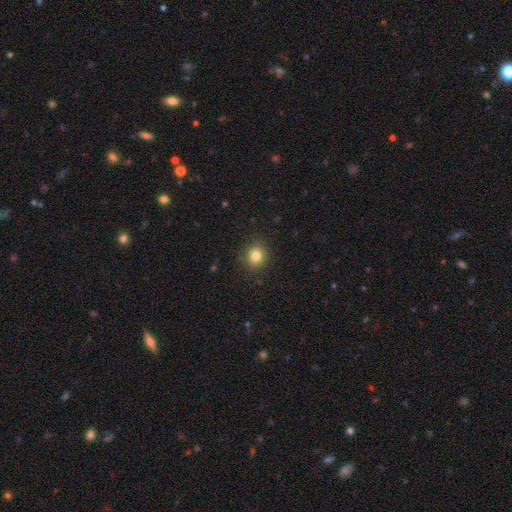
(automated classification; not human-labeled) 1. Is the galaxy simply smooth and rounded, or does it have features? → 82% smooth, 12% star or artifact, 6% featured or disk.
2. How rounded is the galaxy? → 79% round, 20% in between, 1% cigar-shaped.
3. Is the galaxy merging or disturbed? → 90% none, 7% minor disturbance, 2% major disturbance, 1% merger.